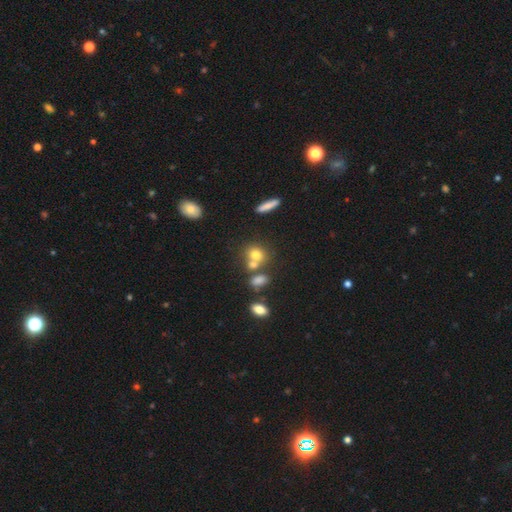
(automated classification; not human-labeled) Smooth or featured: smooth — 68% (star or artifact — 16%)
How rounded: round — 68% (in between — 30%)
Merging: none — 46% (merger — 39%)